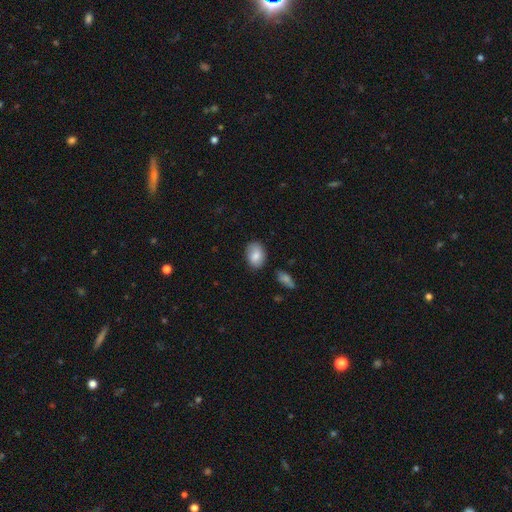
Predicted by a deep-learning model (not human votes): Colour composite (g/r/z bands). It shows a smooth galaxy with no disk features (83%) that is in between round and cigar-shaped (80%). Merging: none (78%).